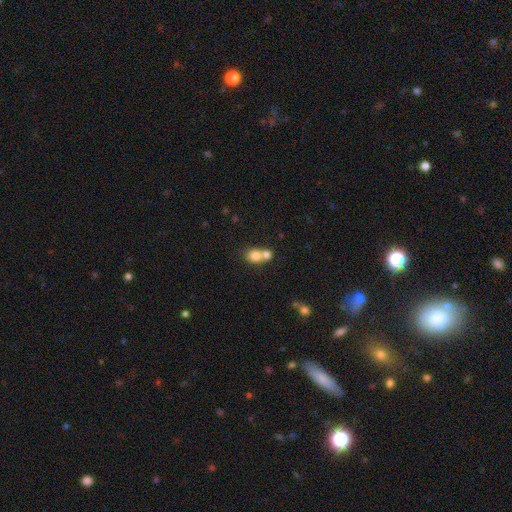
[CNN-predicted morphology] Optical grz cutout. It shows a smooth galaxy with no disk features (78%) that is round (70%). Merging: merger (58%).